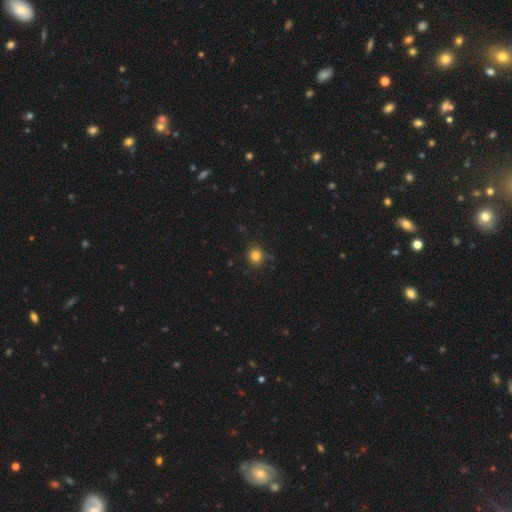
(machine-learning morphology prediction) A smooth galaxy with no disk features (82%) that is round (86%). Merging: none (82%).